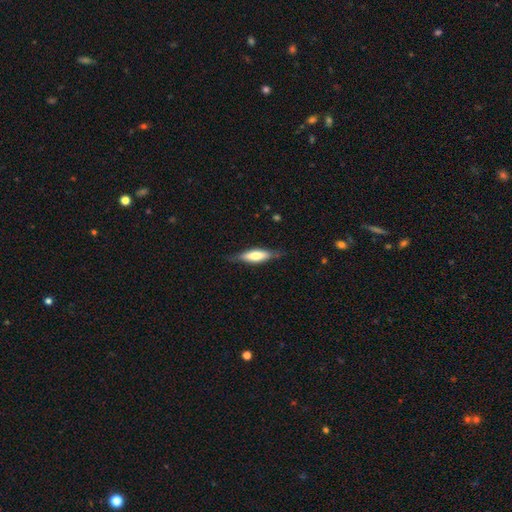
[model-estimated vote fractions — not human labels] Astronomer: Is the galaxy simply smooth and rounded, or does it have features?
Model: smooth — 52% (runner-up: featured or disk, 42%).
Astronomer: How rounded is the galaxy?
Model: cigar-shaped — 57% (runner-up: in between, 41%).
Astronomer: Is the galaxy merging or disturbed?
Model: none — 78%.